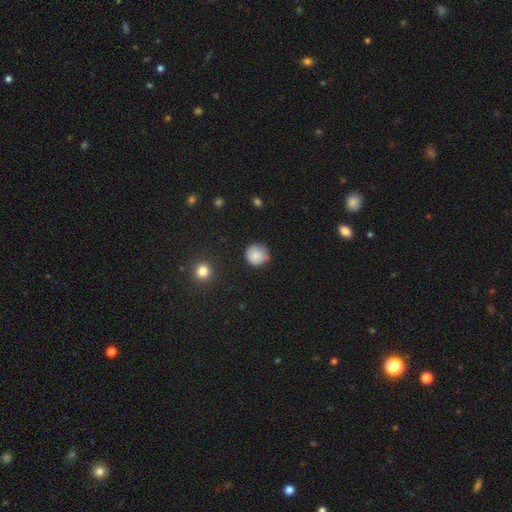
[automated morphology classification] Smooth or featured: smooth — 85% (star or artifact — 9%)
How rounded: round — 93% (in between — 6%)
Merging: none — 82% (minor disturbance — 13%)